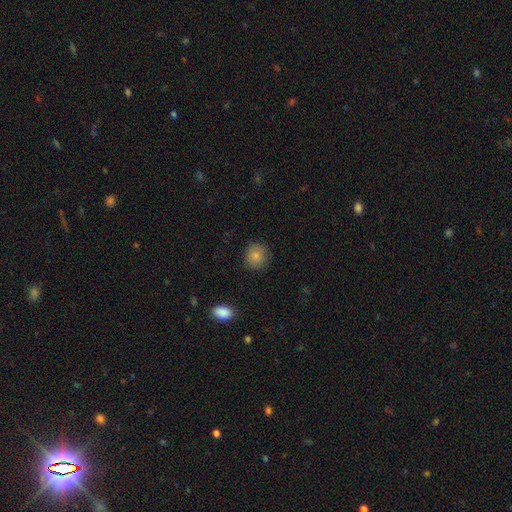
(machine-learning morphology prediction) smooth-or-featured: smooth: 85% | star or artifact: 9% | featured or disk: 6%
  how-rounded: round: 87% | in between: 12% | cigar-shaped: 1%
  merging: none: 87% | minor disturbance: 9% | major disturbance: 2% | merger: 1%